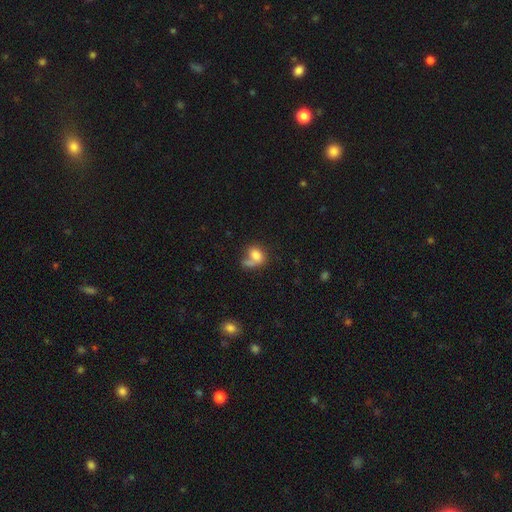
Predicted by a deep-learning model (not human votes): Smooth or featured? Predicted: smooth (p=0.75). How rounded? Predicted: in between (p=0.67). Merging? Predicted: merger (p=0.35).